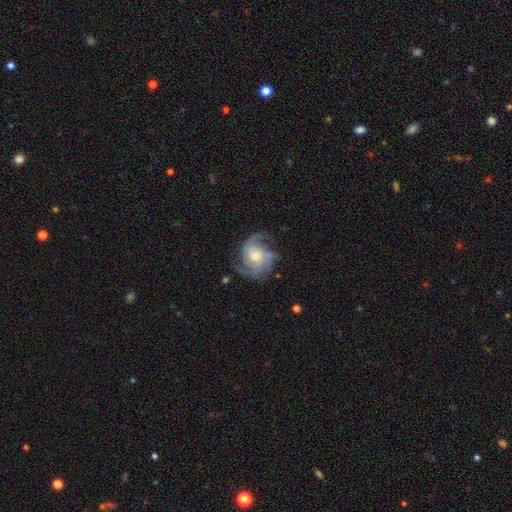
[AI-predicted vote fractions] Smooth or featured? Predicted: featured or disk (p=0.86). Edge-on disk? Predicted: no (p=0.98). Bar? Predicted: no (p=0.71). Spiral arms? Predicted: yes (p=0.96). Spiral winding? Predicted: medium (p=0.46). Spiral arm count? Predicted: 2 (p=0.36). Bulge size? Predicted: moderate (p=0.51). Merging? Predicted: none (p=0.65).